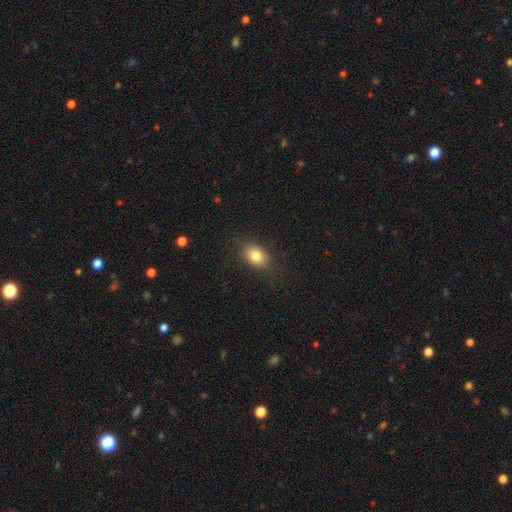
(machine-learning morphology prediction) A smooth galaxy with no disk features (81%) that is in between round and cigar-shaped (76%). Merging: none (84%).